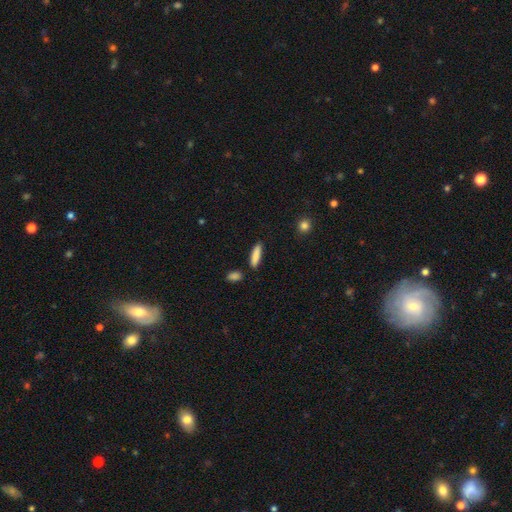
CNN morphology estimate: A smooth galaxy with no disk features (86%) that is cigar-shaped (77%). Merging: none (86%).